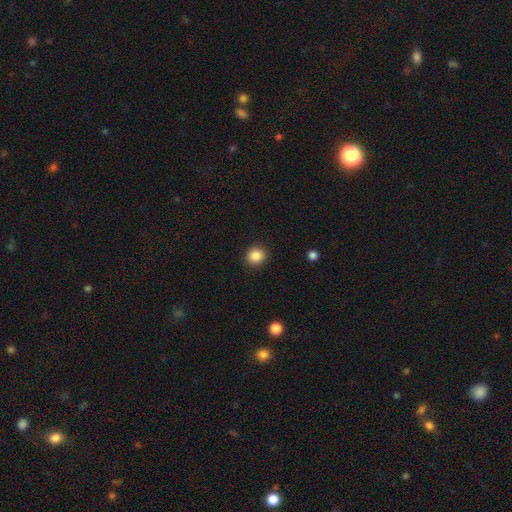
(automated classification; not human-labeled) Smooth or featured? smooth (87%)
How rounded? round (85%)
Merging? none (91%)